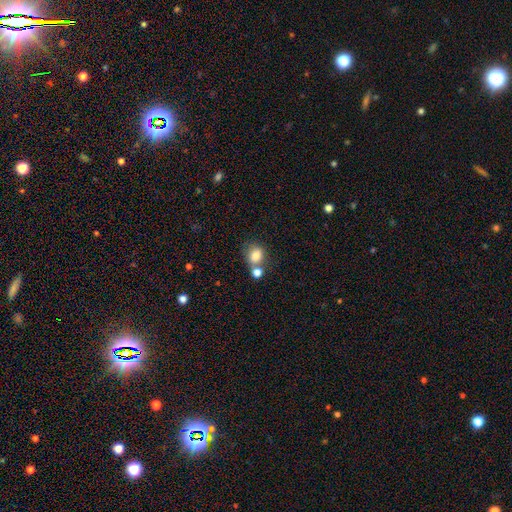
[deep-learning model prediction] smooth-or-featured: smooth: 79% | star or artifact: 11% | featured or disk: 10%
  how-rounded: round: 66% | in between: 33% | cigar-shaped: 1%
  merging: none: 49% | merger: 32% | minor disturbance: 13% | major disturbance: 5%